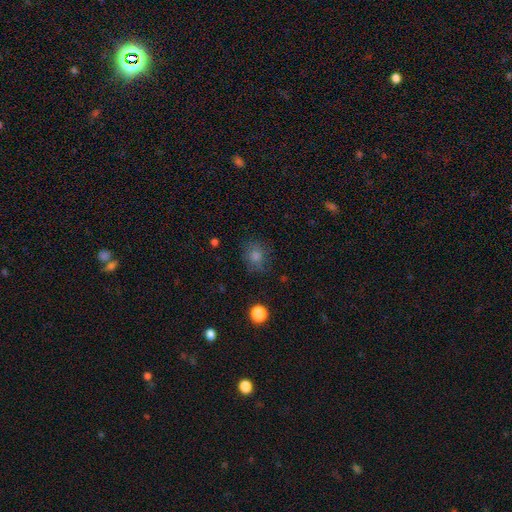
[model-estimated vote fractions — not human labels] Smooth or featured? Predicted: smooth (p=0.71). How rounded? Predicted: round (p=0.71). Merging? Predicted: none (p=0.80).